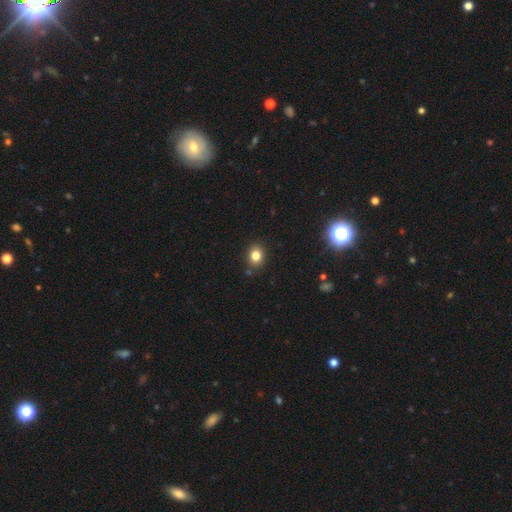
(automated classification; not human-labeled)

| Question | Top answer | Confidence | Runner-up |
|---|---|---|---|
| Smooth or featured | smooth | 81% | star or artifact (13%) |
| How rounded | round | 60% | in between (39%) |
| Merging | none | 86% | minor disturbance (9%) |